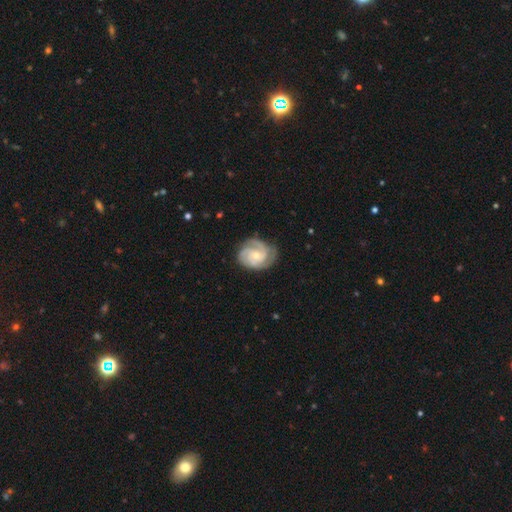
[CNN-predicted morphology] Smooth or featured? Predicted: featured or disk (p=0.85). Edge-on disk? Predicted: no (p=0.98). Bar? Predicted: no (p=0.67). Spiral arms? Predicted: yes (p=0.97). Spiral winding? Predicted: tight (p=0.57). Spiral arm count? Predicted: 3 (p=0.55). Bulge size? Predicted: small (p=0.54). Merging? Predicted: none (p=0.72).